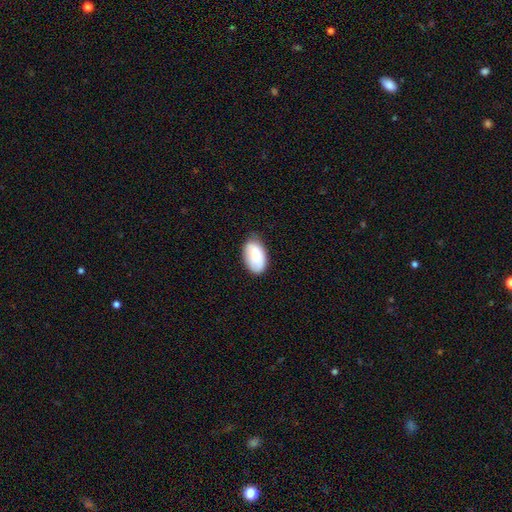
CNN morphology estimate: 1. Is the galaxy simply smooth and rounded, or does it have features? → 85% smooth, 9% featured or disk, 6% star or artifact.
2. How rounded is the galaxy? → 95% in between, 4% round, 1% cigar-shaped.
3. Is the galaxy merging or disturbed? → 71% none, 23% minor disturbance, 4% major disturbance, 1% merger.